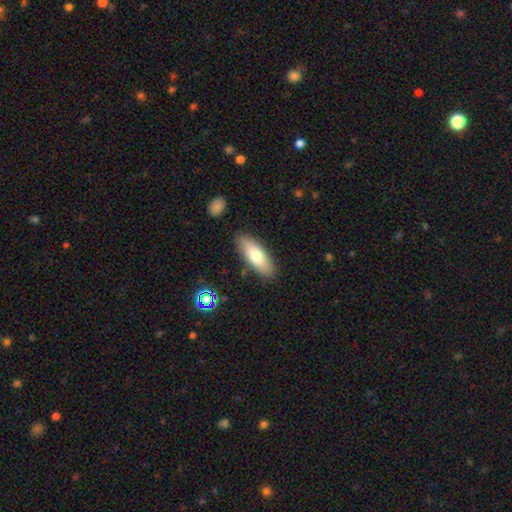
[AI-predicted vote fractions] This is likely a smooth galaxy (73%). How rounded: likely in between (66%). Merging: clearly none (86%).